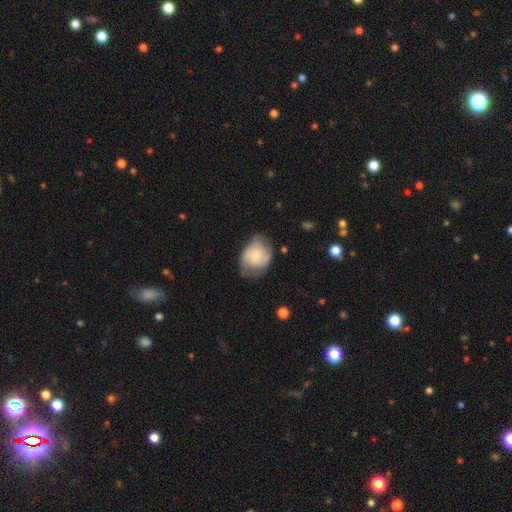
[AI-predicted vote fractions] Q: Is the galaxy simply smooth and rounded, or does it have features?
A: featured or disk — 55%.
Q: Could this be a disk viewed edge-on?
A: no — 97%.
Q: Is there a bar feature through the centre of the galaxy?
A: no — 68%.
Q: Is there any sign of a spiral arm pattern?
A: yes — 80%.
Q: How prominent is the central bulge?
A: small — 50%.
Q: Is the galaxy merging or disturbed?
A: none — 52%.